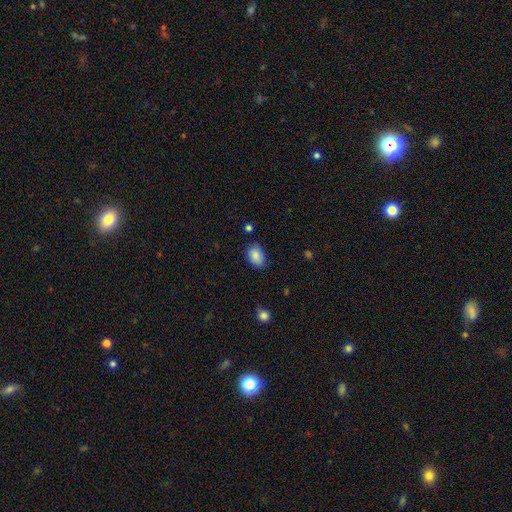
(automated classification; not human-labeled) This appears to be a smooth galaxy with no disk features (85%) that is in between round and cigar-shaped (83%). Merging: none (78%).